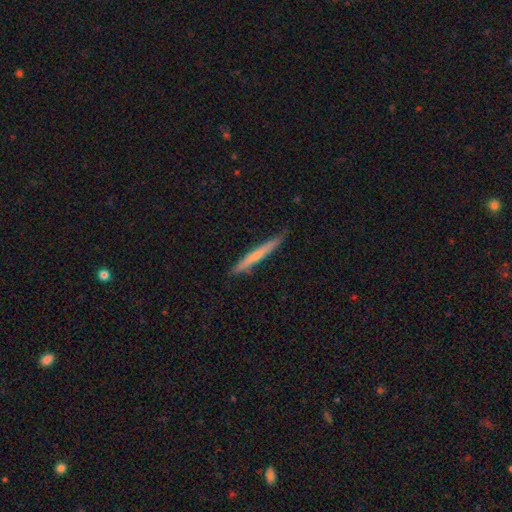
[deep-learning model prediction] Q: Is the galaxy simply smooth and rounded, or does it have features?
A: featured or disk — 49%.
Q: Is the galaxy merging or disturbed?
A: none — 86%.